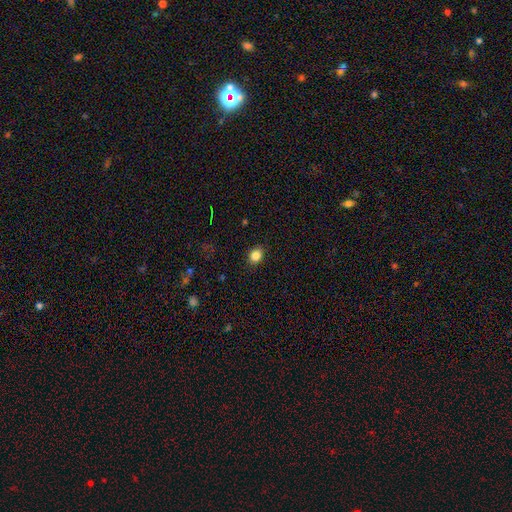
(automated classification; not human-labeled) A smooth galaxy with no disk features (84%) that is round (56%).

Vote fractions:
- Smooth or featured? smooth: 84% / star or artifact: 11% / featured or disk: 5%
- How rounded? round: 56% / in between: 43% / cigar-shaped: 1%
- Merging? none: 87% / minor disturbance: 10% / major disturbance: 2% / merger: 1%